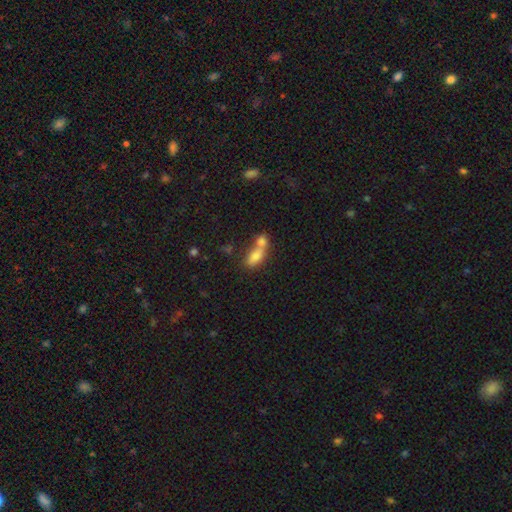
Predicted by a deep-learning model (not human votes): This is likely a smooth galaxy (75%). How rounded: likely in between (77%). Merging: likely merger (67%).